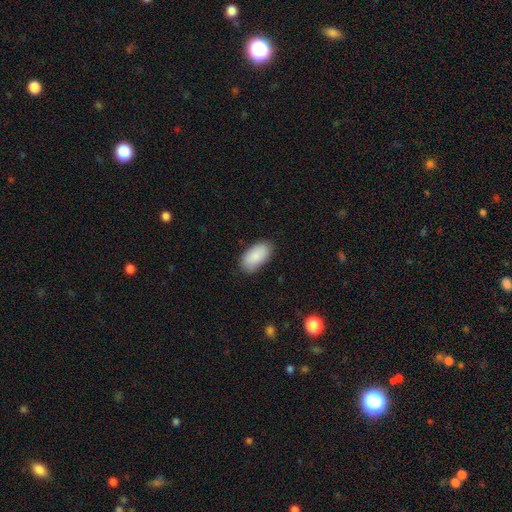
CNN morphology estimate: smooth_or_featured: smooth (p=0.89) [alt: star or artifact p=0.06]
how_rounded: in between (p=0.95) [alt: cigar-shaped p=0.03]
merging: none (p=0.84) [alt: minor disturbance p=0.13]